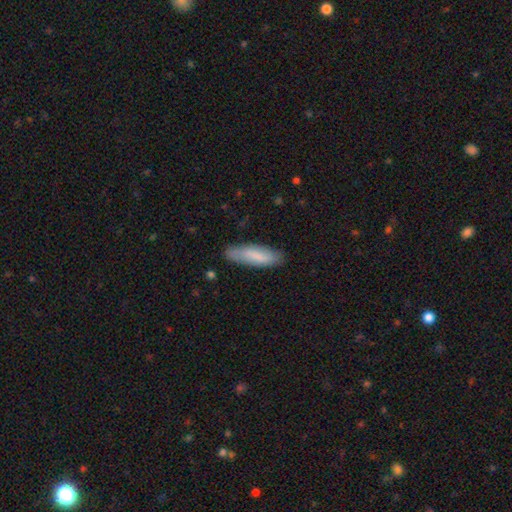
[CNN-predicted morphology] Q: Smooth or featured?
A: smooth (78%); runner-up: featured or disk (16%)
Q: How rounded?
A: cigar-shaped (56%); runner-up: in between (42%)
Q: Merging?
A: none (82%); runner-up: minor disturbance (14%)